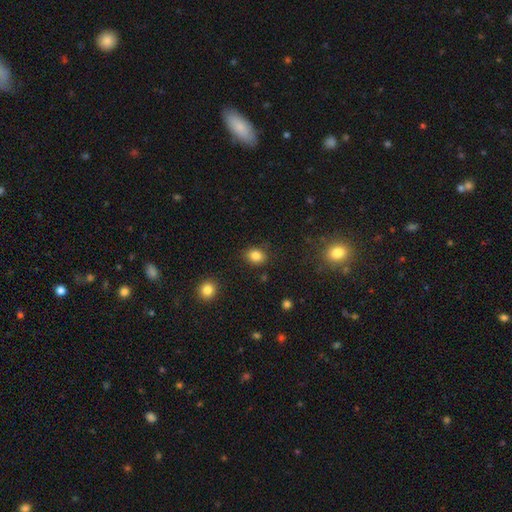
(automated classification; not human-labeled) Smooth or featured? smooth (84%)
How rounded? in between (52%)
Merging? none (84%)